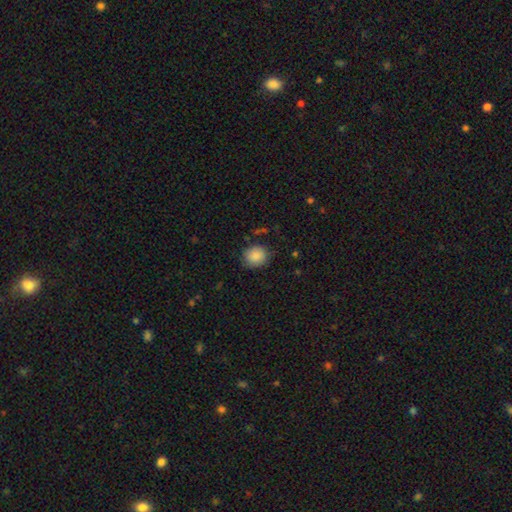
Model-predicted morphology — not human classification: Smooth or featured? smooth (88%)
How rounded? round (80%)
Merging? none (84%)